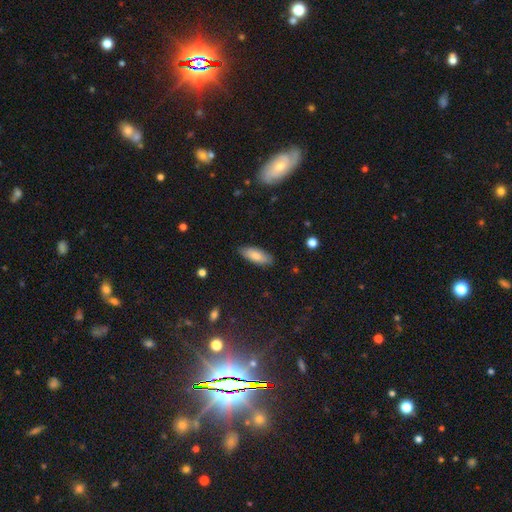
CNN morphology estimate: type=smooth (80%); roundness=in between (73%); merging=none (85%).